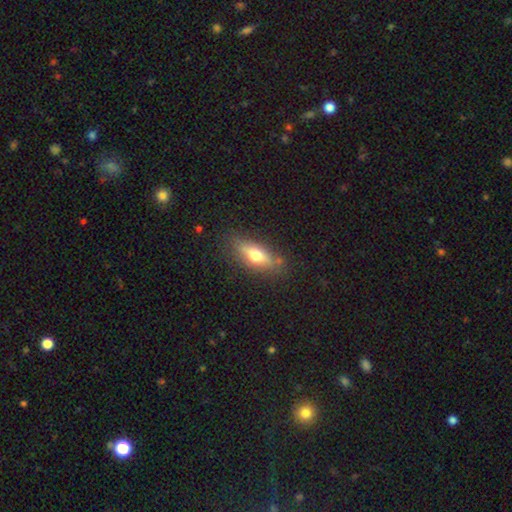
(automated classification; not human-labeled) This is possibly a smooth galaxy (58%). How rounded: likely in between (64%). Merging: likely none (79%).